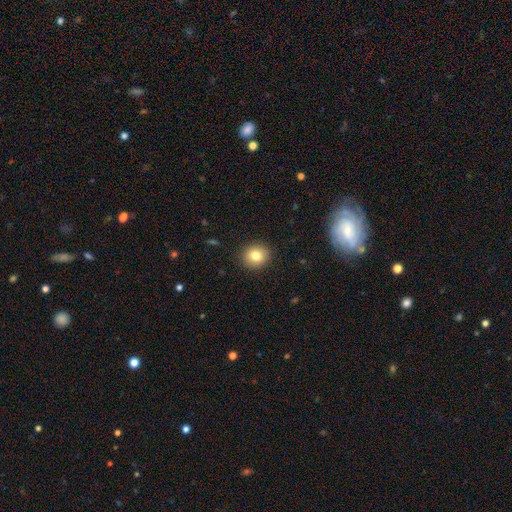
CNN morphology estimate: This is likely a smooth galaxy (80%). How rounded: clearly round (81%). Merging: clearly none (90%).